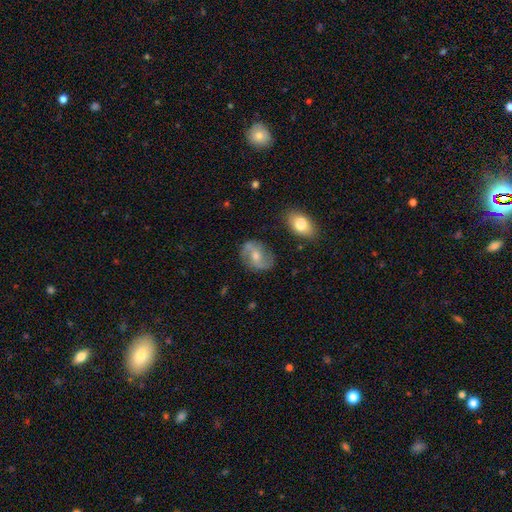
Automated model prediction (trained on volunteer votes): Q: Smooth or featured?
A: featured or disk (66%); runner-up: smooth (24%)
Q: Edge-on disk?
A: no (96%); runner-up: yes (4%)
Q: Bar?
A: weak (42%); runner-up: no (41%)
Q: Spiral arms?
A: yes (85%); runner-up: no (15%)
Q: Spiral winding?
A: loose (42%); runner-up: medium (41%)
Q: Spiral arm count?
A: 2 (87%); runner-up: can't tell (7%)
Q: Bulge size?
A: moderate (60%); runner-up: small (35%)
Q: Merging?
A: none (76%); runner-up: minor disturbance (16%)